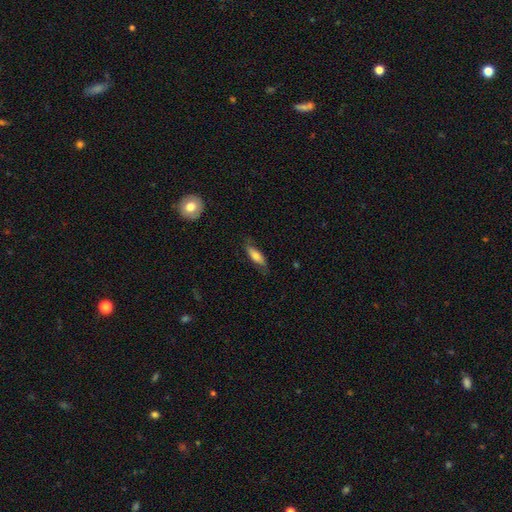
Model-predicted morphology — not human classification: type=smooth (65%); roundness=in between (53%); merging=none (72%).